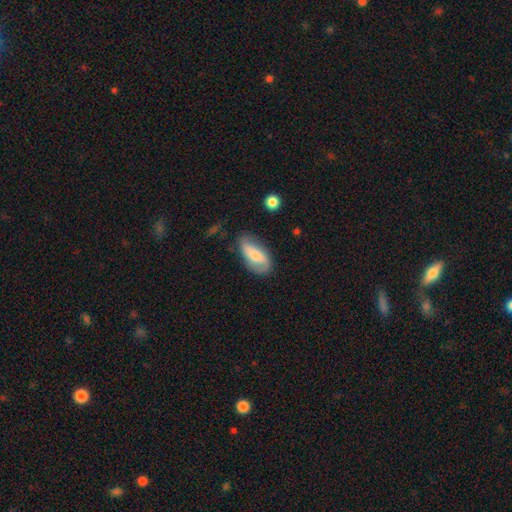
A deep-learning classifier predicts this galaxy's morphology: type=smooth (52%); roundness=in between (87%); merging=none (67%).